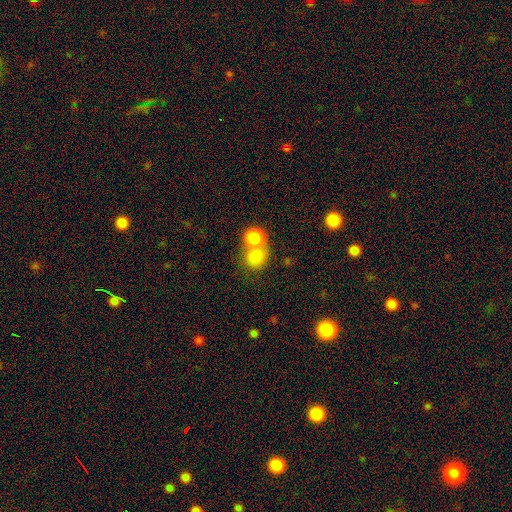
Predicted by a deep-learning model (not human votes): Q: Smooth or featured?
A: smooth (80%); runner-up: star or artifact (10%)
Q: How rounded?
A: round (78%); runner-up: in between (21%)
Q: Merging?
A: merger (56%); runner-up: none (34%)